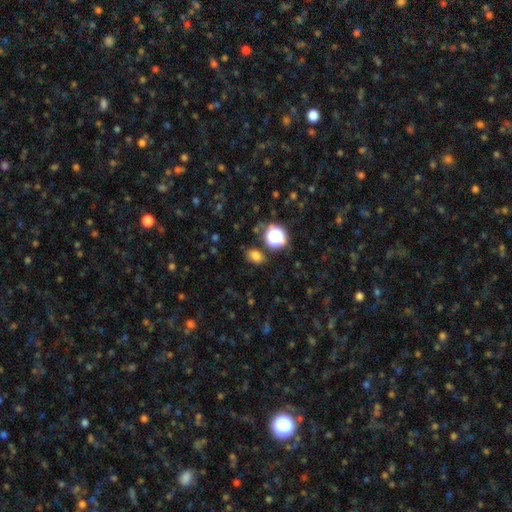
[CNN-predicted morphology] smooth 72%, star or artifact 21%, featured or disk 6%. Down the decision tree: how rounded — in between (62%); merging — none (79%).